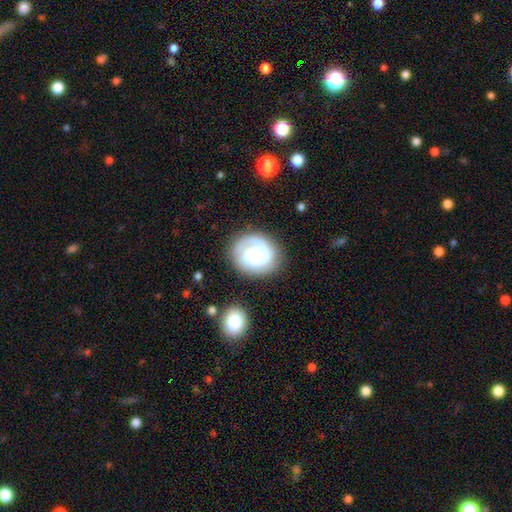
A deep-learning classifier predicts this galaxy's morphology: A featured or disk galaxy (56%) with no bar (66%), spiral arms (79%) and a moderate central bulge (31%).

Vote fractions:
- Smooth or featured? featured or disk: 56% / smooth: 37% / star or artifact: 7%
- Edge-on disk? no: 98% / yes: 2%
- Bar? no: 66% / weak: 26% / strong: 8%
- Spiral arms? yes: 79% / no: 21%
- Bulge size? moderate: 31% / large: 27% / small: 27% / dominant: 10% / none: 6%
- Merging? none: 66% / minor disturbance: 18% / major disturbance: 12% / merger: 5%